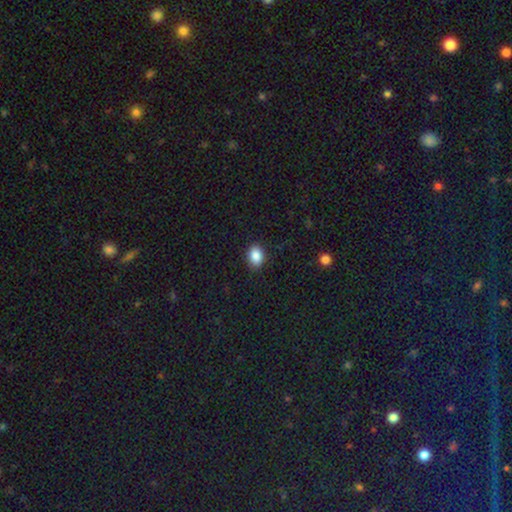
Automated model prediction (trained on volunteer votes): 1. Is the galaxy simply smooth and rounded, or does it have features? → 88% smooth, 9% star or artifact, 4% featured or disk.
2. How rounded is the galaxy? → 73% in between, 26% round, 1% cigar-shaped.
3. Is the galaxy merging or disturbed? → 88% none, 9% minor disturbance, 2% major disturbance, 1% merger.